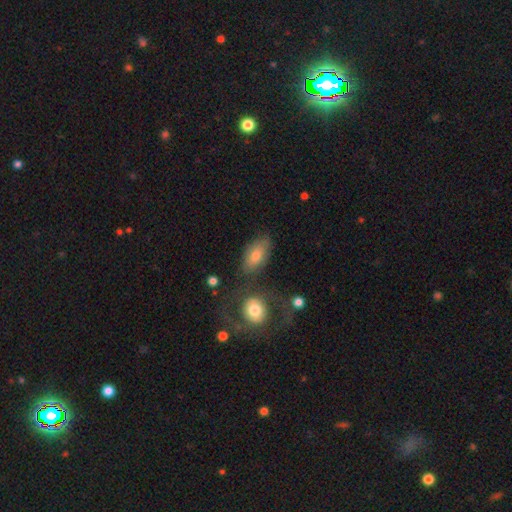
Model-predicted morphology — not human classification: smooth 70%, featured or disk 22%, star or artifact 9%. Down the decision tree: how rounded — in between (87%); merging — none (62%).